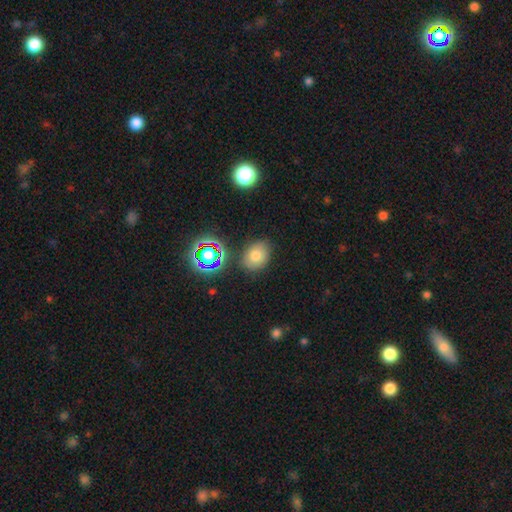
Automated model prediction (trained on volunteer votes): smooth-or-featured: smooth: 70% | star or artifact: 18% | featured or disk: 12%
  how-rounded: in between: 59% | round: 39% | cigar-shaped: 1%
  merging: none: 80% | minor disturbance: 13% | major disturbance: 4% | merger: 4%